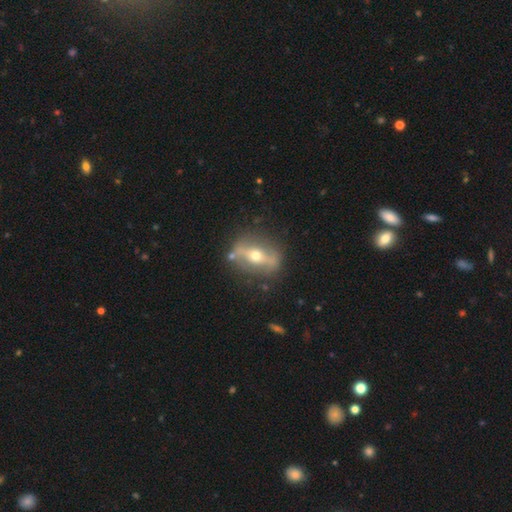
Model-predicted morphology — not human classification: Smooth or featured? featured or disk (74%)
Edge-on disk? no (56%)
Merging? none (79%)